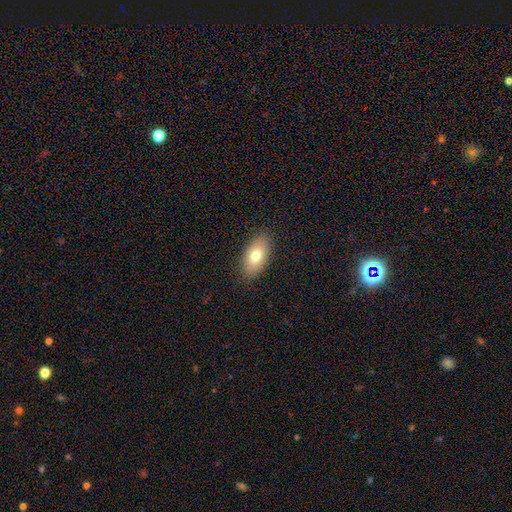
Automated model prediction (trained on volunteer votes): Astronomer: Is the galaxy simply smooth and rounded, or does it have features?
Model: smooth — 75%.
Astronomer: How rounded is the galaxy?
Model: in between — 92%.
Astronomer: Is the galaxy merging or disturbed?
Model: none — 87%.